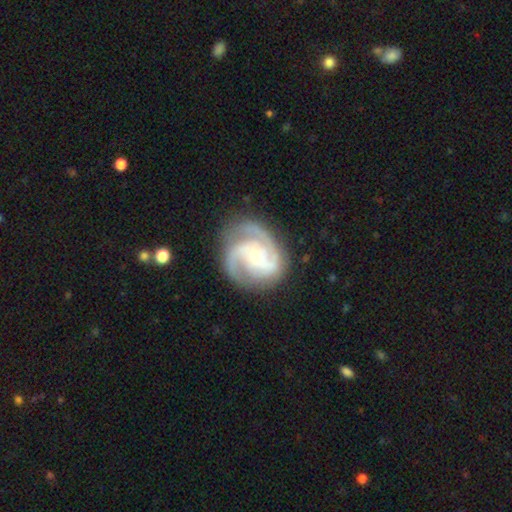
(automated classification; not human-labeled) featured or disk 91%, smooth 5%, star or artifact 4%. Down the decision tree: edge-on disk — no (98%); bar — no (62%); spiral arms — yes (98%); spiral arm count — 3 (57%); spiral winding — tight (48%); bulge size — small (64%); merging — none (76%).